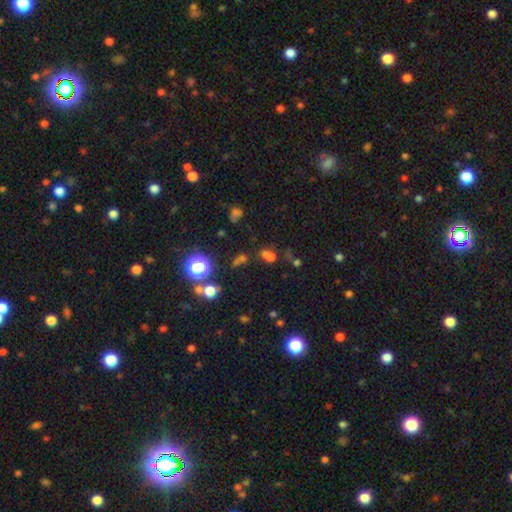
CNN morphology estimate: type=star or artifact (66%).